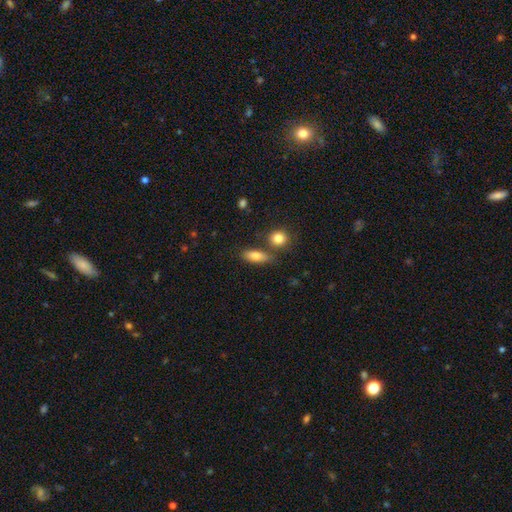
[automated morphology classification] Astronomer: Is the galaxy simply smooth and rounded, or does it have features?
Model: smooth — 80%.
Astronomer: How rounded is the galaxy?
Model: in between — 70%.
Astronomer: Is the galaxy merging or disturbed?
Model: none — 70%.